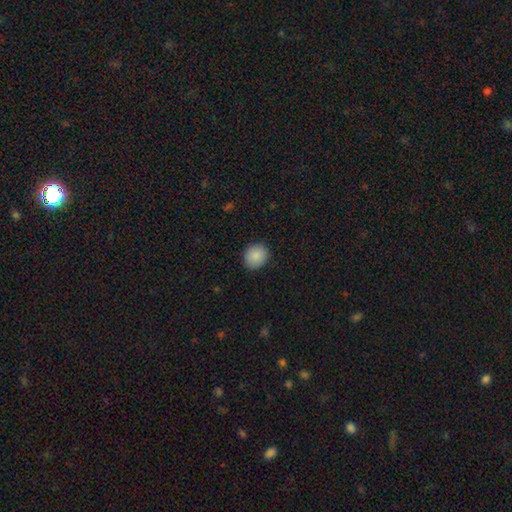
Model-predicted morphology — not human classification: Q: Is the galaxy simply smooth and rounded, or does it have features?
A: smooth — 89%.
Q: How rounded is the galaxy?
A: round — 69%.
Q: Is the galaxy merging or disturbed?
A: none — 89%.